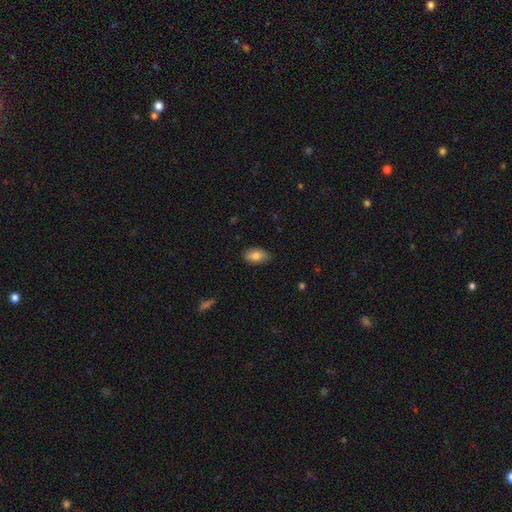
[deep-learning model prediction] This appears to be a smooth galaxy with no disk features (82%) that is in between round and cigar-shaped (92%). Merging: none (85%).